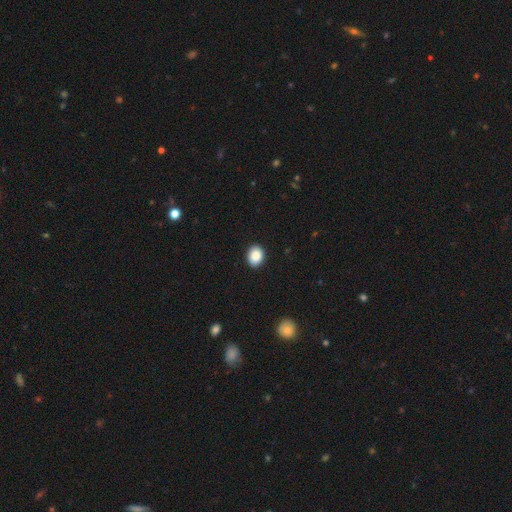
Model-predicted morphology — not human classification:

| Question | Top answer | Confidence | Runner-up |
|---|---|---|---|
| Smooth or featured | smooth | 88% | star or artifact (8%) |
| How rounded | in between | 60% | round (40%) |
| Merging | none | 91% | minor disturbance (7%) |